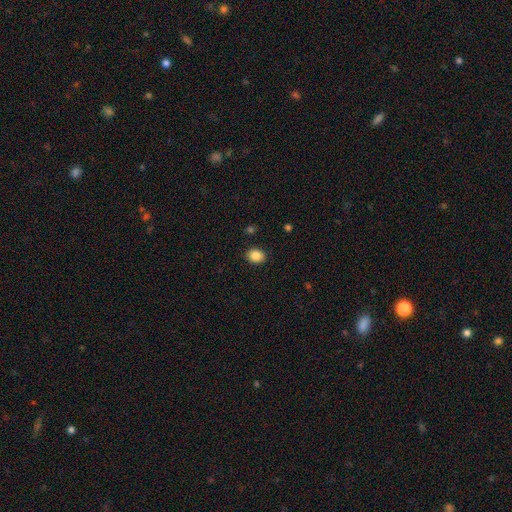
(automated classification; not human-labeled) Smooth or featured: smooth — 87% (star or artifact — 9%)
How rounded: round — 54% (in between — 45%)
Merging: none — 89% (minor disturbance — 7%)